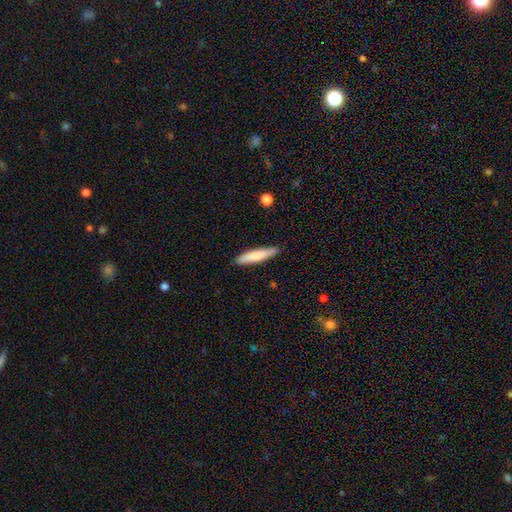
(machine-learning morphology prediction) Q: Smooth or featured?
A: smooth (73%); runner-up: featured or disk (21%)
Q: How rounded?
A: cigar-shaped (88%); runner-up: in between (11%)
Q: Merging?
A: none (88%); runner-up: minor disturbance (9%)